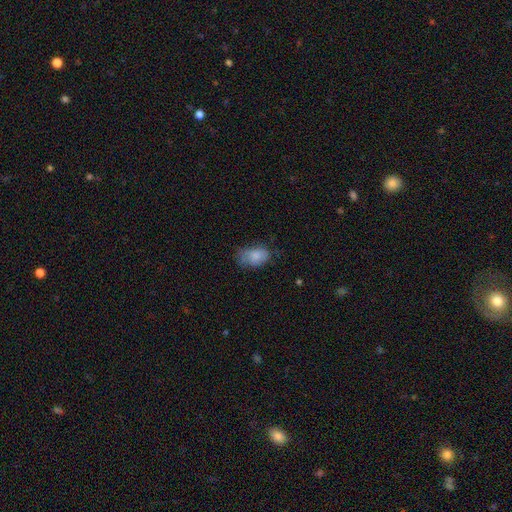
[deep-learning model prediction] Smooth or featured: smooth — 81% (featured or disk — 11%)
How rounded: in between — 89% (round — 10%)
Merging: none — 49% (minor disturbance — 34%)